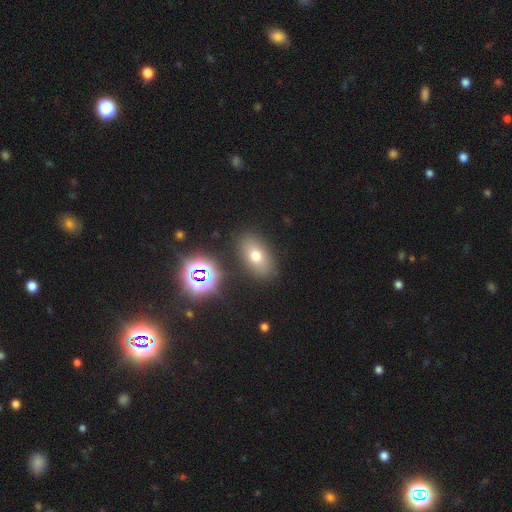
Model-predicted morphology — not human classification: This appears to be a smooth galaxy with no disk features (67%) that is in between round and cigar-shaped (85%). Merging: none (85%).